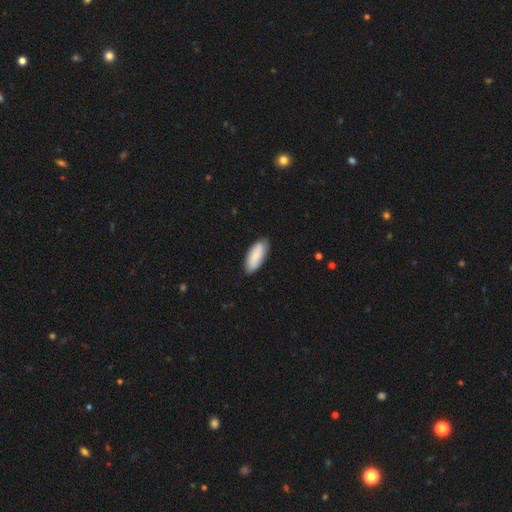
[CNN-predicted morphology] Smooth or featured? Predicted: smooth (p=0.78). How rounded? Predicted: in between (p=0.81). Merging? Predicted: none (p=0.83).